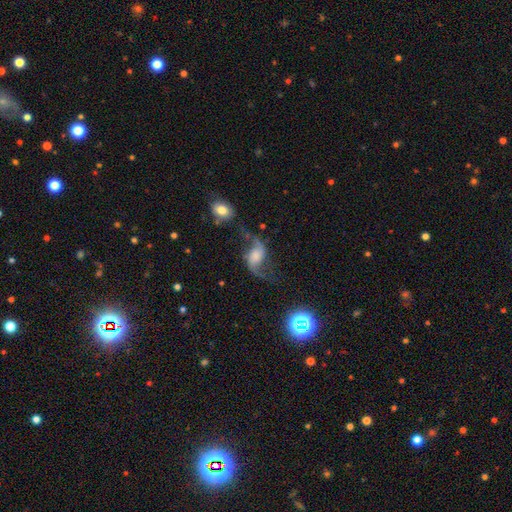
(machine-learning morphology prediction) Smooth or featured? Predicted: featured or disk (p=0.81). Edge-on disk? Predicted: no (p=0.96). Bar? Predicted: no (p=0.52). Spiral arms? Predicted: yes (p=0.95). Spiral winding? Predicted: loose (p=0.87). Spiral arm count? Predicted: 2 (p=0.93). Bulge size? Predicted: none (p=0.27). Merging? Predicted: none (p=0.57).